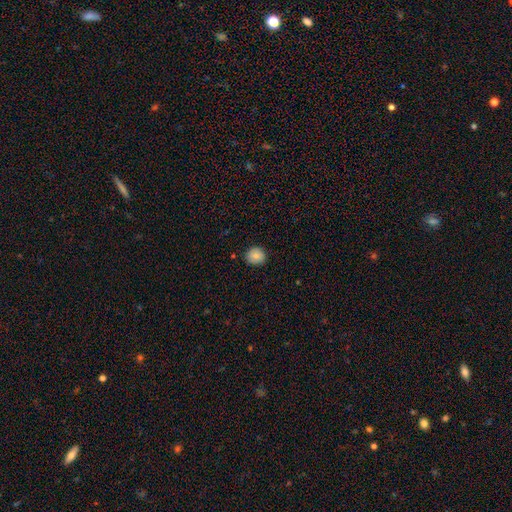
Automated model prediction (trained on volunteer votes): Overall: smooth (84%). How rounded: round (80%). Merging: none (85%).